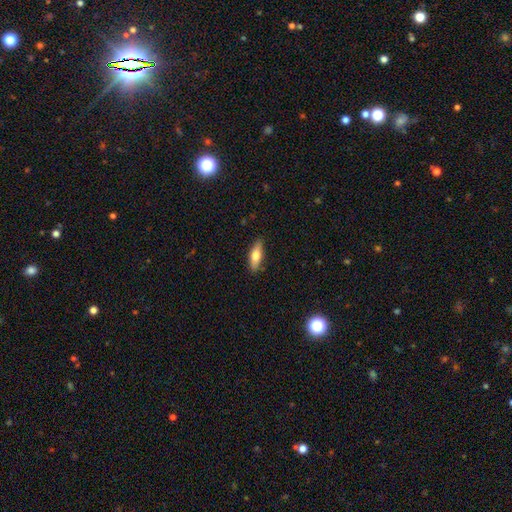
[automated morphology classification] The model was most divided on "how rounded": in between: 60%, cigar-shaped: 37%, round: 3%. More confident: merging — none (86%); smooth or featured — smooth (68%).